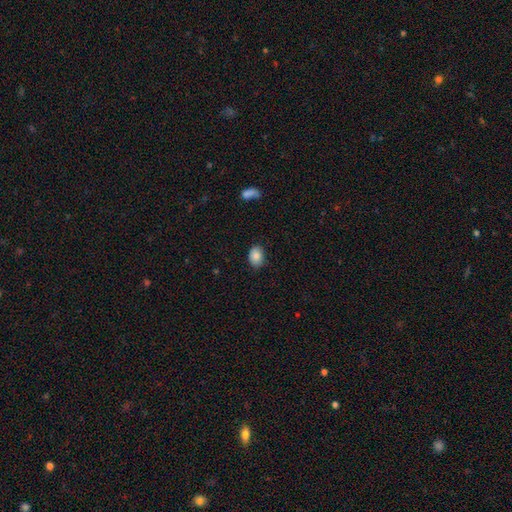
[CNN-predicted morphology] smooth 86%, star or artifact 8%, featured or disk 6%. Down the decision tree: how rounded — in between (77%); merging — none (83%).